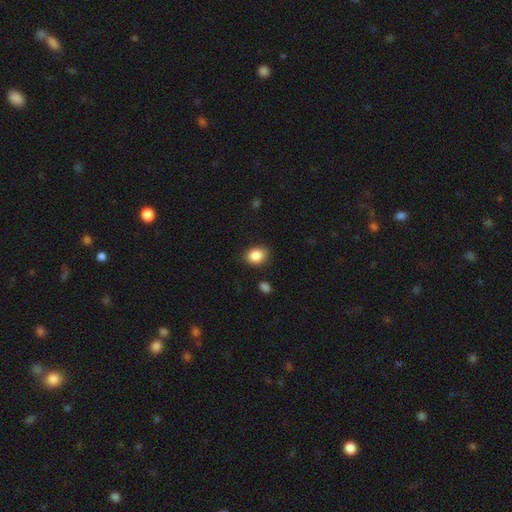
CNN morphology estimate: This appears to be a smooth galaxy with no disk features (87%) that is in between round and cigar-shaped (51%). Merging: none (85%).